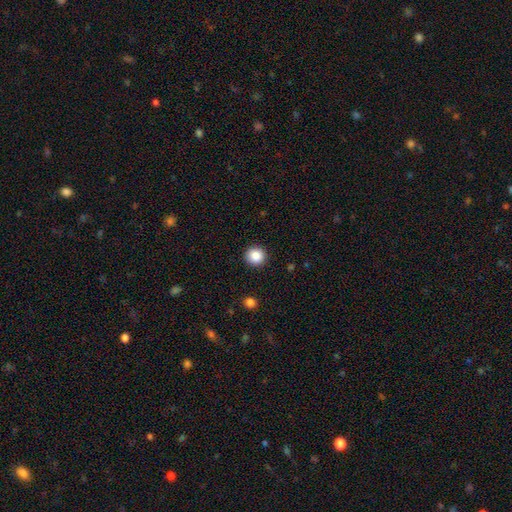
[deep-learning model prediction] Overall: smooth (87%). How rounded: round (93%). Merging: none (92%).